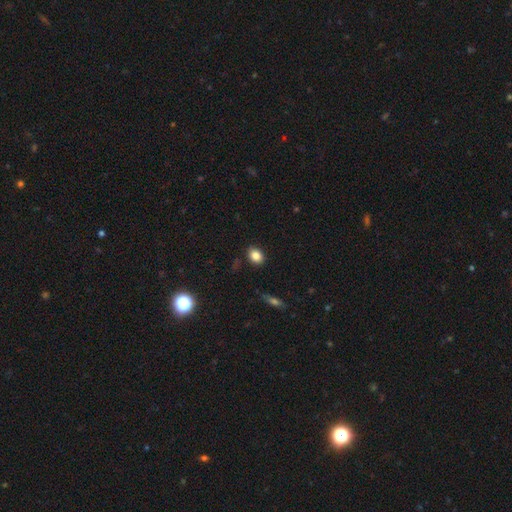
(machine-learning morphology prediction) Smooth or featured? Predicted: smooth (p=0.84). How rounded? Predicted: in between (p=0.66). Merging? Predicted: none (p=0.86).